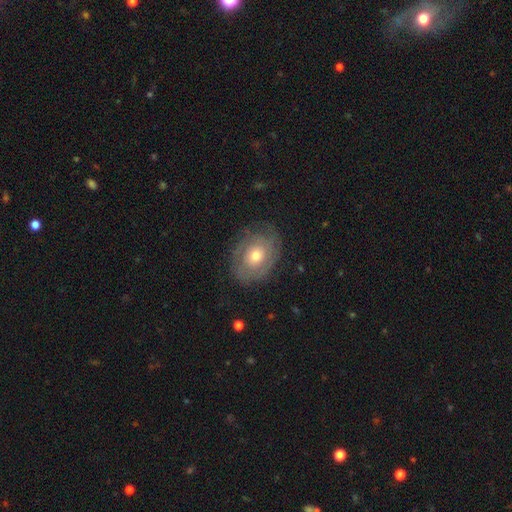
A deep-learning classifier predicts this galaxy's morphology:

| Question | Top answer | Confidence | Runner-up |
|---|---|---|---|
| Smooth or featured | featured or disk | 60% | smooth (33%) |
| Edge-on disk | no | 95% | yes (5%) |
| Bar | no | 84% | weak (14%) |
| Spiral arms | yes | 68% | no (32%) |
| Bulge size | moderate | 66% | small (25%) |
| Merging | none | 74% | minor disturbance (18%) |